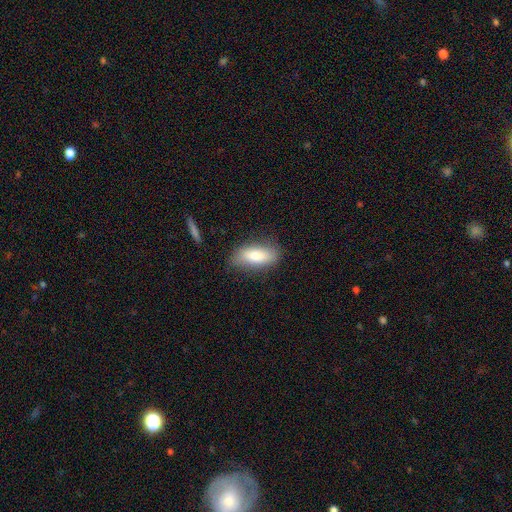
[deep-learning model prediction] A smooth galaxy with no disk features (78%) that is in between round and cigar-shaped (80%).

Vote fractions:
- Smooth or featured? smooth: 78% / featured or disk: 15% / star or artifact: 7%
- How rounded? in between: 80% / cigar-shaped: 16% / round: 3%
- Merging? none: 77% / minor disturbance: 17% / major disturbance: 5% / merger: 1%